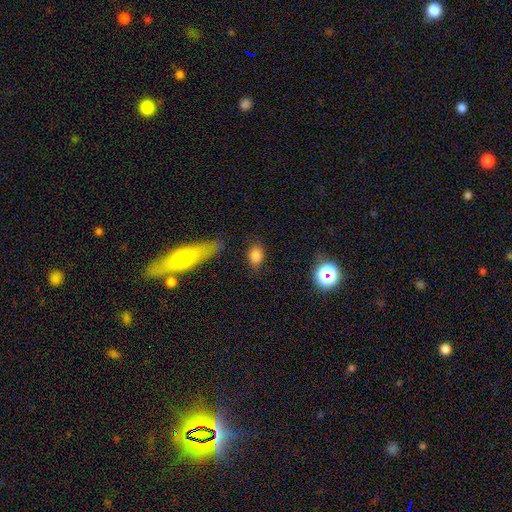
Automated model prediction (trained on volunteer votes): Smooth or featured: smooth — 81% (star or artifact — 12%)
How rounded: in between — 79% (round — 18%)
Merging: none — 77% (minor disturbance — 15%)